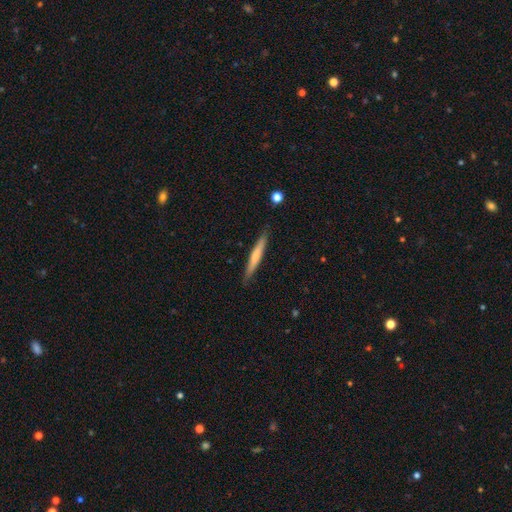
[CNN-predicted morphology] Smooth or featured? Predicted: smooth (p=0.61). How rounded? Predicted: cigar-shaped (p=0.95). Merging? Predicted: none (p=0.87).